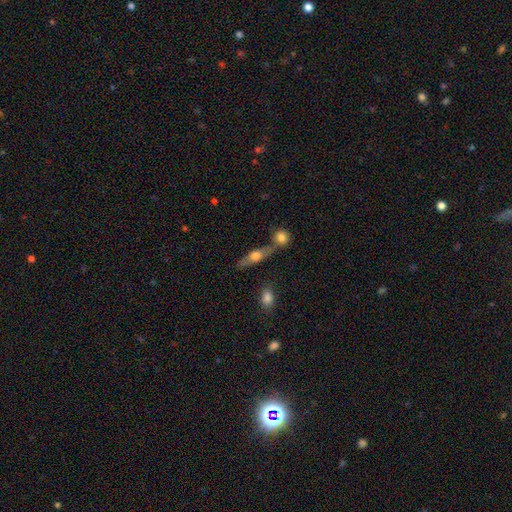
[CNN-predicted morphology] Q: Smooth or featured?
A: smooth (49%); runner-up: featured or disk (44%)
Q: Merging?
A: none (63%); runner-up: merger (21%)